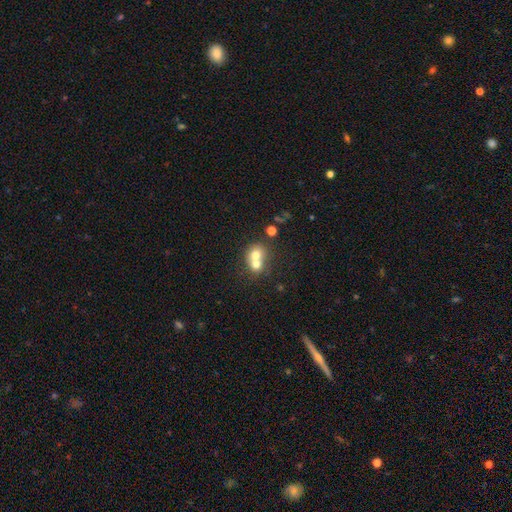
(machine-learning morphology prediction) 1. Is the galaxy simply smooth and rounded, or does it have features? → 67% smooth, 22% featured or disk, 11% star or artifact.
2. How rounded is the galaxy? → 72% round, 27% in between, 1% cigar-shaped.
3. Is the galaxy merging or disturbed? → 66% merger, 26% none, 5% minor disturbance, 2% major disturbance.